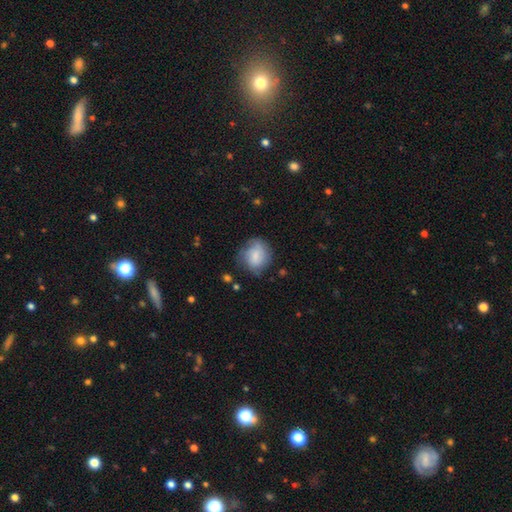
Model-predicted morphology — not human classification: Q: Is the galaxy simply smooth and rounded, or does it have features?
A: smooth — 72%.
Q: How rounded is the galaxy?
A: round — 72%.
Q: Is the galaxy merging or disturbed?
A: none — 65%.